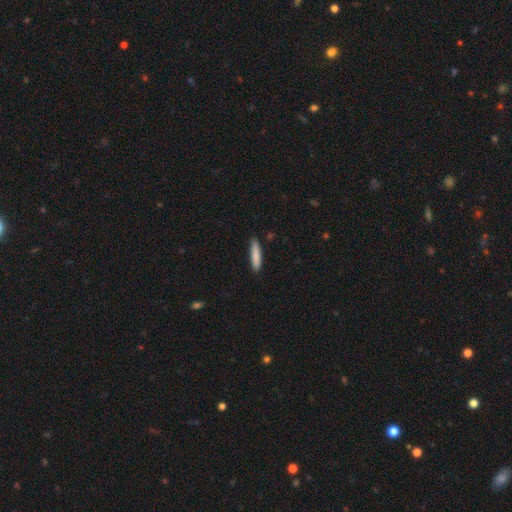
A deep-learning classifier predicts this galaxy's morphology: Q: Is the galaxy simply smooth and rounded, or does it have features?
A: smooth — 86%.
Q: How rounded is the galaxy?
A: cigar-shaped — 86%.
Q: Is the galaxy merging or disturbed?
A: none — 89%.